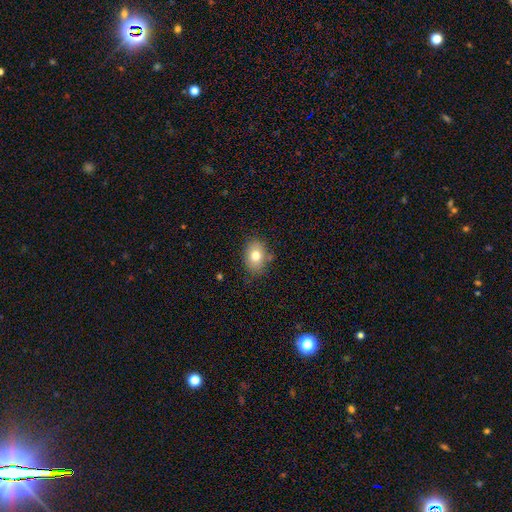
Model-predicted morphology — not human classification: smooth_or_featured: smooth (p=0.77) [alt: featured or disk p=0.13]
how_rounded: in between (p=0.68) [alt: round p=0.31]
merging: none (p=0.77) [alt: minor disturbance p=0.16]